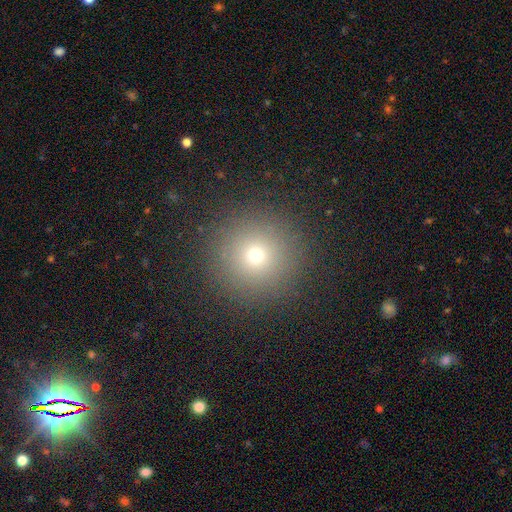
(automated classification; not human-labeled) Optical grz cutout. It shows a smooth galaxy with no disk features (69%) that is round (96%). Merging: none (90%).